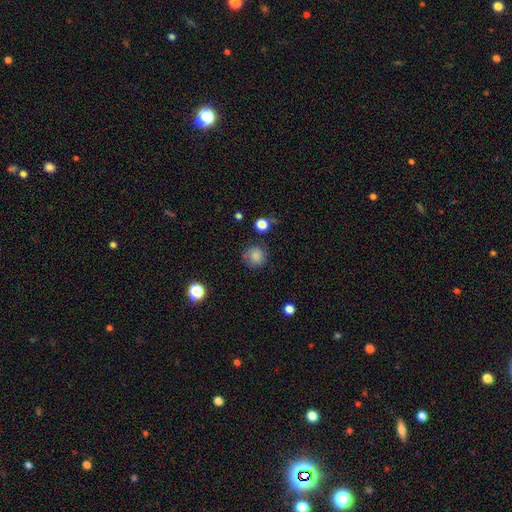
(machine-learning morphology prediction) Overall: smooth (83%). How rounded: round (91%). Merging: none (79%).